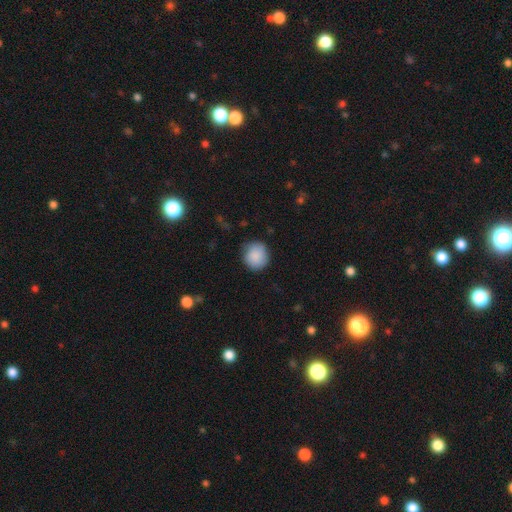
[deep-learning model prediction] smooth 89%, star or artifact 7%, featured or disk 4%. Down the decision tree: how rounded — round (88%); merging — none (81%).